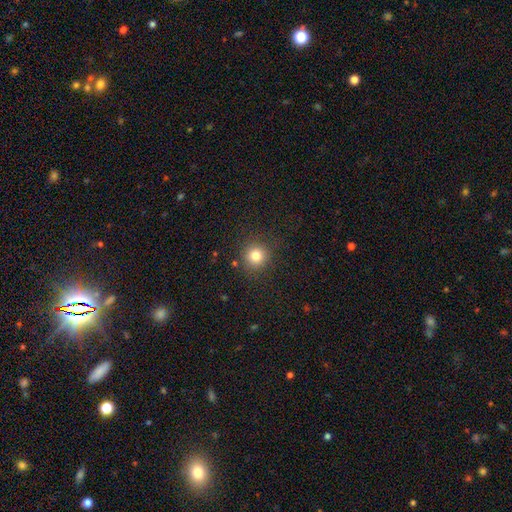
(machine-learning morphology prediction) A smooth galaxy with no disk features (81%) that is round (93%).

Vote fractions:
- Smooth or featured? smooth: 81% / star or artifact: 13% / featured or disk: 6%
- How rounded? round: 93% / in between: 6% / cigar-shaped: 1%
- Merging? none: 88% / minor disturbance: 7% / major disturbance: 3% / merger: 2%